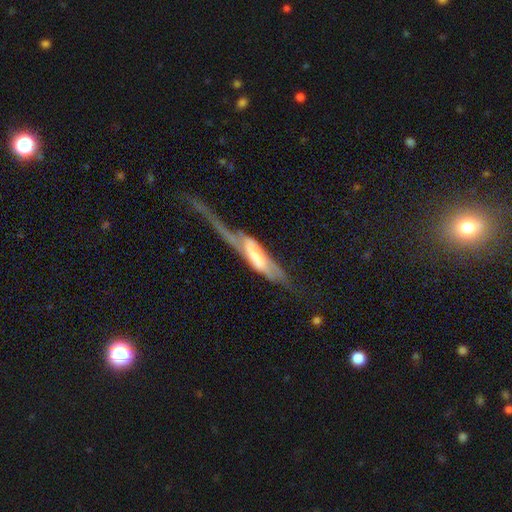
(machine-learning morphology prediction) Smooth or featured? Predicted: featured or disk (p=0.60). Edge-on disk? Predicted: no (p=0.68). Merging? Predicted: major disturbance (p=0.61).